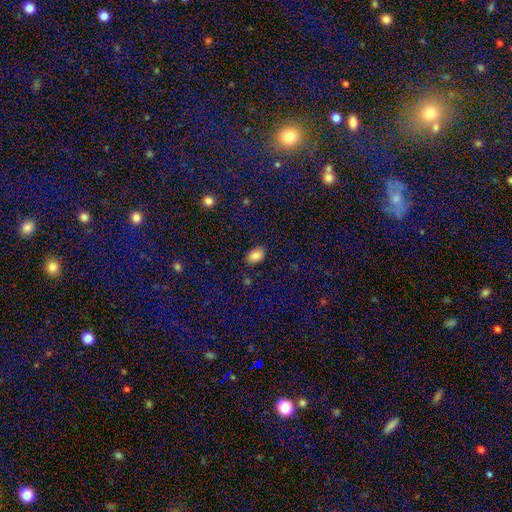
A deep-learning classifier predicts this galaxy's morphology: smooth-or-featured: smooth: 85% | star or artifact: 9% | featured or disk: 6%
  how-rounded: in between: 85% | round: 14% | cigar-shaped: 1%
  merging: none: 86% | minor disturbance: 10% | major disturbance: 2% | merger: 2%